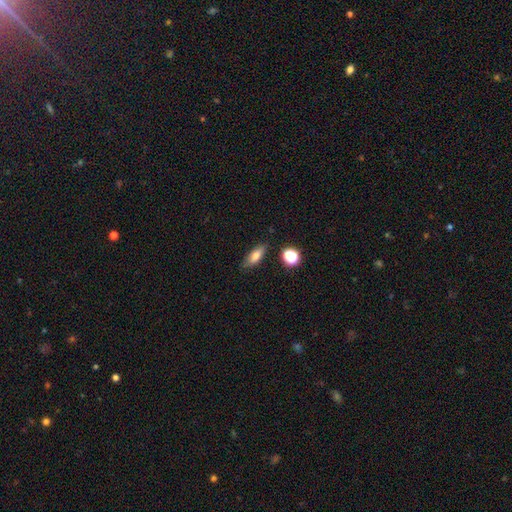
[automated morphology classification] Smooth or featured: smooth — 73% (featured or disk — 17%)
How rounded: in between — 65% (cigar-shaped — 29%)
Merging: none — 80% (minor disturbance — 13%)